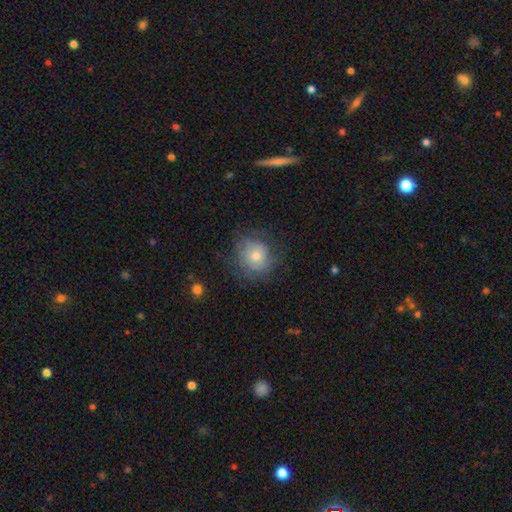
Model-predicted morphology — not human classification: smooth_or_featured: smooth (p=0.54) [alt: featured or disk p=0.35]
how_rounded: round (p=0.86) [alt: in between p=0.13]
merging: none (p=0.70) [alt: minor disturbance p=0.19]